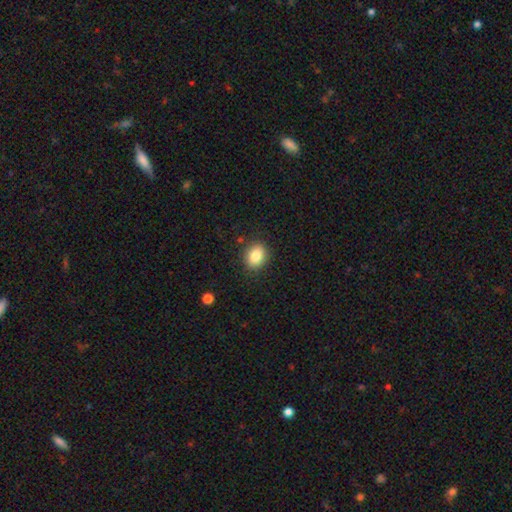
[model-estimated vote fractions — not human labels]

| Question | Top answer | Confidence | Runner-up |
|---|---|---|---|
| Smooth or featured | smooth | 85% | star or artifact (9%) |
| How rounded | in between | 52% | round (47%) |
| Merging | none | 87% | minor disturbance (9%) |